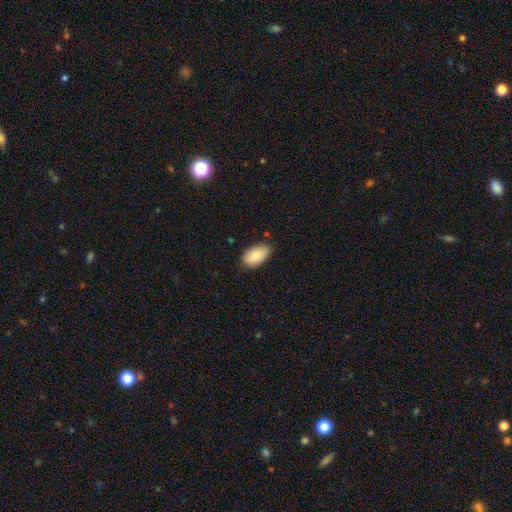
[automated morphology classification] Q: Smooth or featured?
A: smooth (87%); runner-up: star or artifact (6%)
Q: How rounded?
A: in between (95%); runner-up: round (3%)
Q: Merging?
A: none (76%); runner-up: minor disturbance (20%)